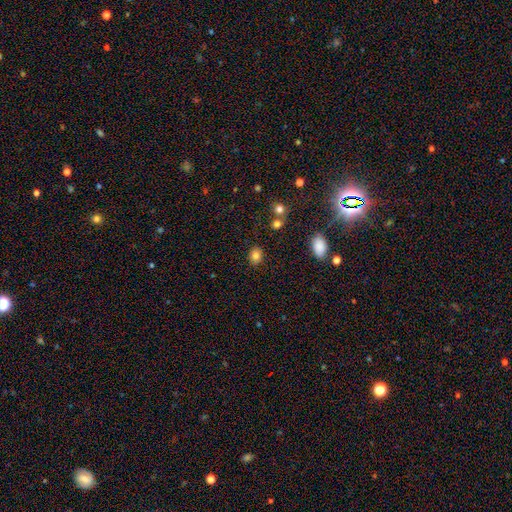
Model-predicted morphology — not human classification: Smooth or featured? Predicted: smooth (p=0.83). How rounded? Predicted: in between (p=0.54). Merging? Predicted: none (p=0.85).